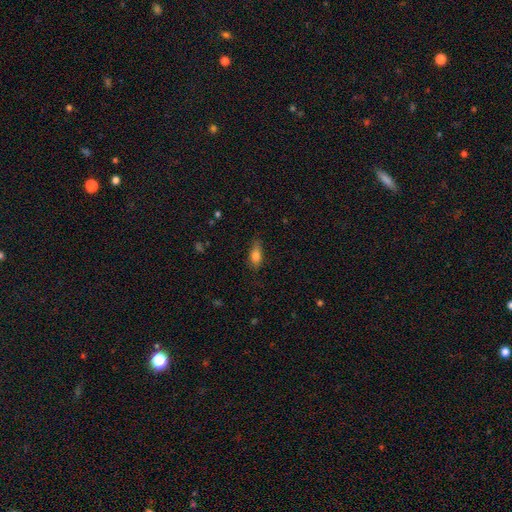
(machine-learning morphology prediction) A smooth galaxy with no disk features (80%) that is in between round and cigar-shaped (79%). Merging: none (72%).